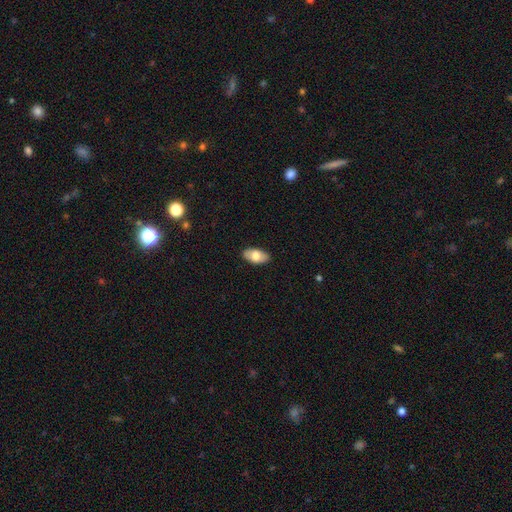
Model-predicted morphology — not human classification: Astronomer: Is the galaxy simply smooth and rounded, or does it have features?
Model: smooth — 70%.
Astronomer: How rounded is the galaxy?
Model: in between — 94%.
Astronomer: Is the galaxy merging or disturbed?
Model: none — 87%.